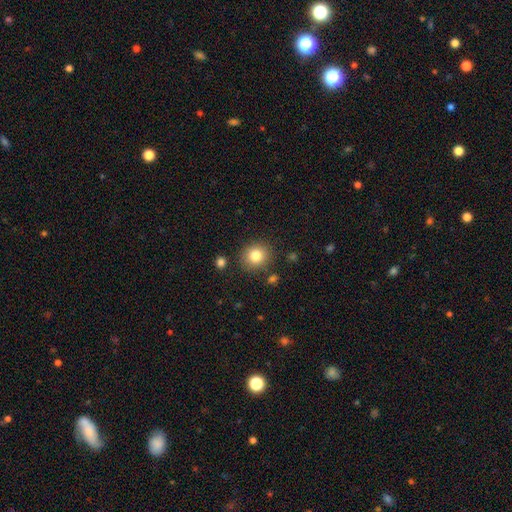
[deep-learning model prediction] A smooth galaxy with no disk features (82%) that is round (82%).

Vote fractions:
- Smooth or featured? smooth: 82% / star or artifact: 10% / featured or disk: 7%
- How rounded? round: 82% / in between: 17% / cigar-shaped: 1%
- Merging? none: 86% / minor disturbance: 8% / merger: 3% / major disturbance: 3%